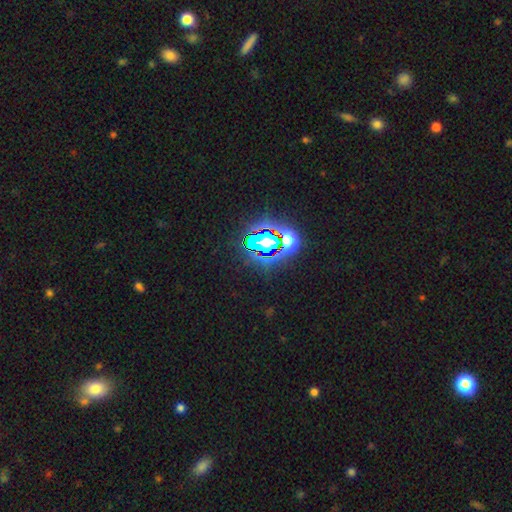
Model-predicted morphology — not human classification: The model was most divided on "smooth or featured": star or artifact: 81%, smooth: 12%, featured or disk: 7%.